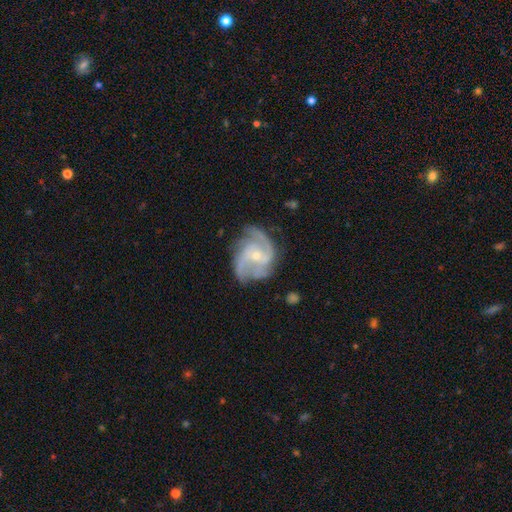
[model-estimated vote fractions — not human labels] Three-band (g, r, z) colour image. It shows a featured or disk galaxy (88%) with no bar (62%), 3 (38%) medium (53%) spiral arms (97%) and a small central bulge (64%). Merging: none (65%).